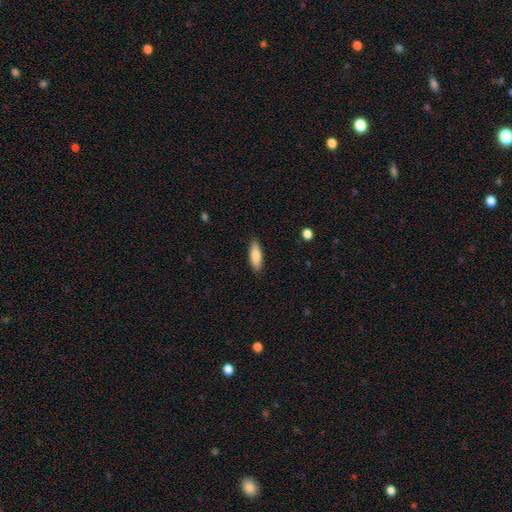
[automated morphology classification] Smooth or featured: smooth — 80% (featured or disk — 14%)
How rounded: in between — 55% (cigar-shaped — 43%)
Merging: none — 88% (minor disturbance — 9%)